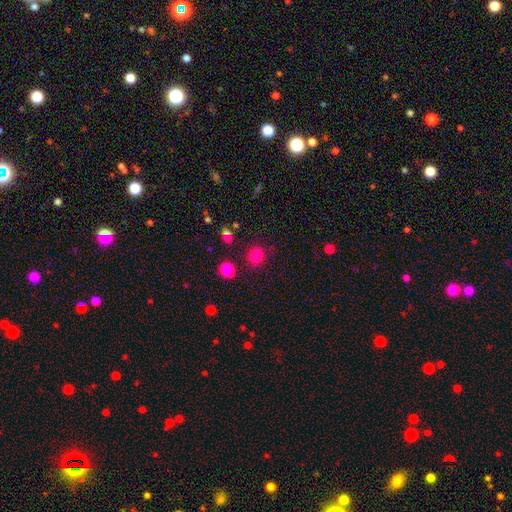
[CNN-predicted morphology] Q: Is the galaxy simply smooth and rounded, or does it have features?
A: smooth — 80%.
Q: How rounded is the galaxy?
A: round — 88%.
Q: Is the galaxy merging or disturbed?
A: none — 82%.